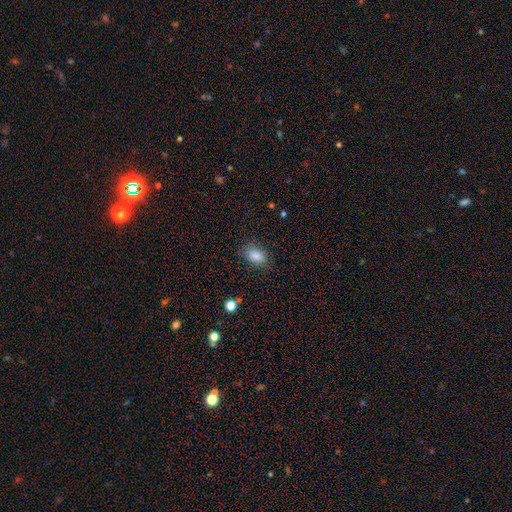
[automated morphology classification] smooth-or-featured: smooth: 85% | star or artifact: 9% | featured or disk: 7%
  how-rounded: in between: 86% | round: 12% | cigar-shaped: 2%
  merging: none: 79% | minor disturbance: 15% | major disturbance: 4% | merger: 1%